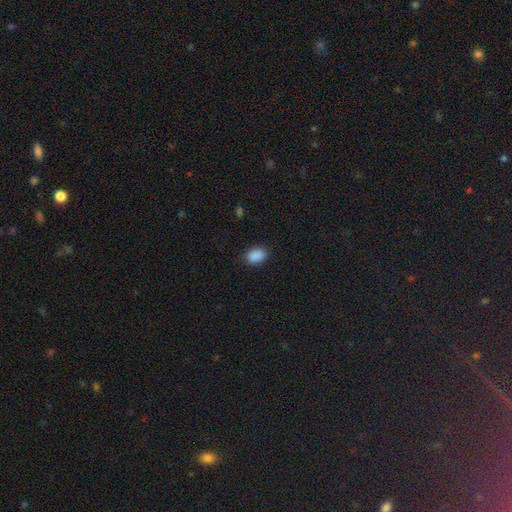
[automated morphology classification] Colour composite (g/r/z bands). It shows a smooth galaxy with no disk features (89%) that is in between round and cigar-shaped (79%). Merging: none (86%).